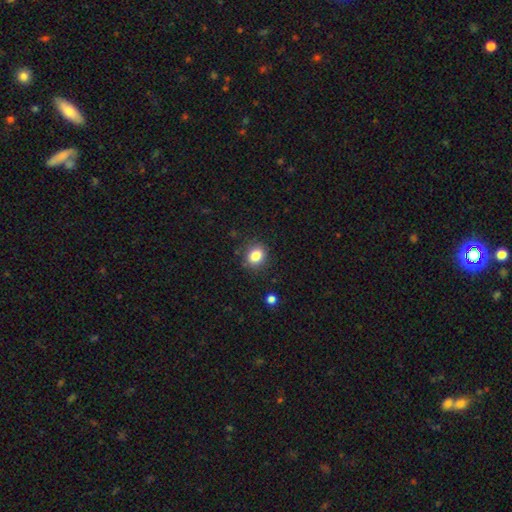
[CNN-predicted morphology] smooth 84%, star or artifact 10%, featured or disk 6%. Down the decision tree: how rounded — round (62%); merging — none (86%).